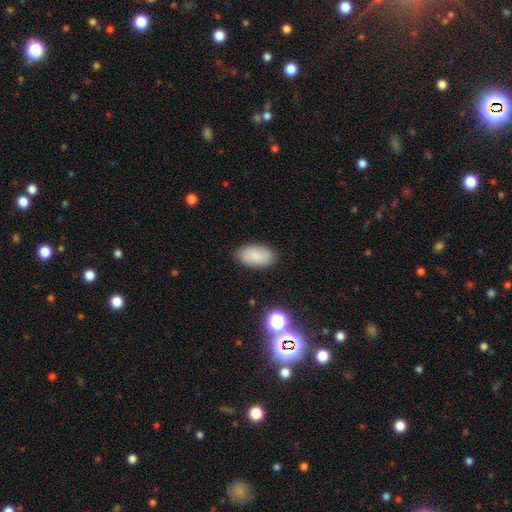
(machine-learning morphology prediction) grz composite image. It shows a smooth galaxy with no disk features (81%) that is in between round and cigar-shaped (94%). Merging: none (86%).